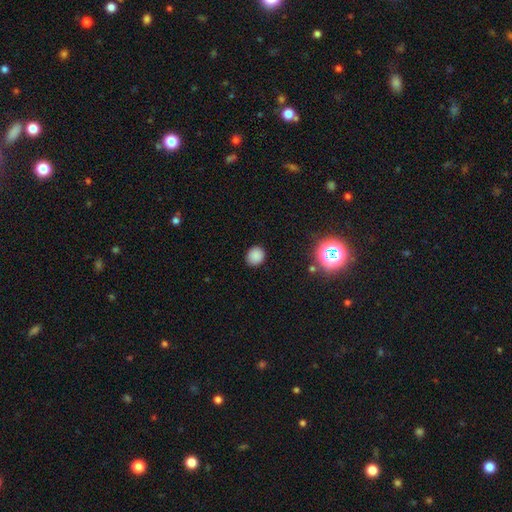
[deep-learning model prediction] The model was most divided on "how rounded": round: 82%, in between: 17%, cigar-shaped: 1%. More confident: merging — none (90%); smooth or featured — smooth (84%).